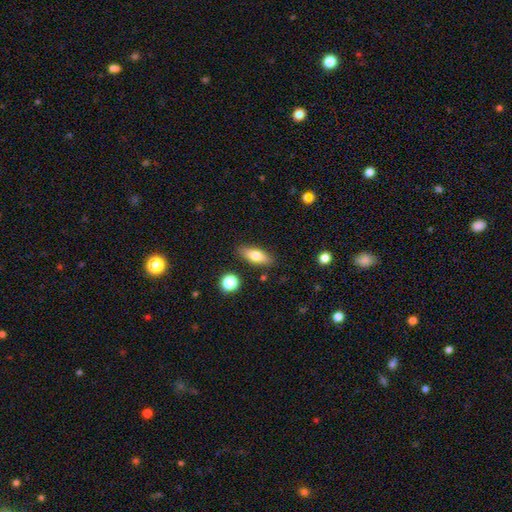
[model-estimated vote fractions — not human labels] Overall: smooth (72%). How rounded: in between (67%; cigar-shaped 29%). Merging: none (85%).